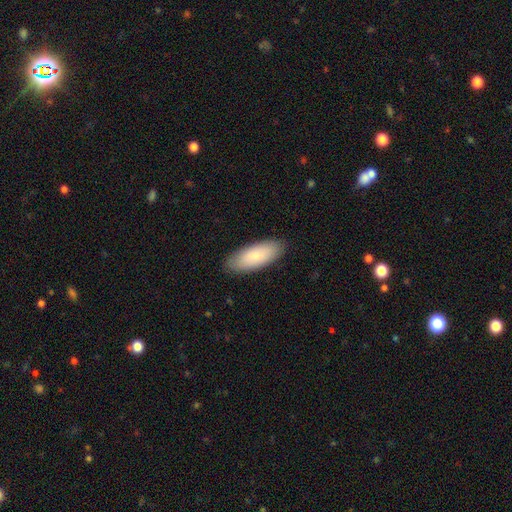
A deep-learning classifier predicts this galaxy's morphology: type=smooth (80%); roundness=in between (79%); merging=none (88%).